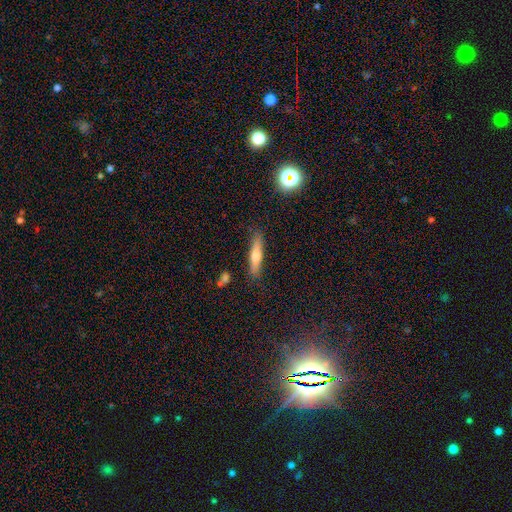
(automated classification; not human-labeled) Morphology: type=smooth (55%); roundness=cigar-shaped (85%); merging=none (85%).